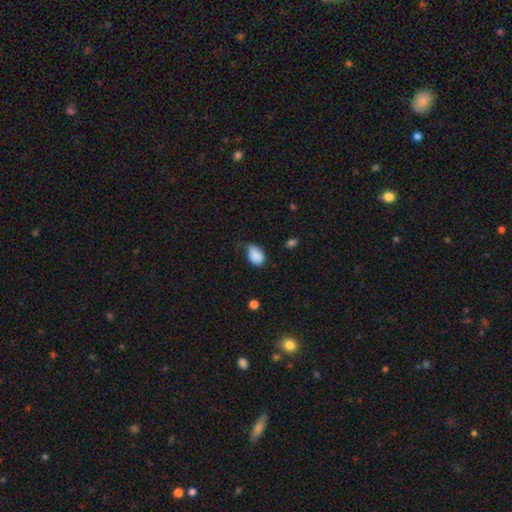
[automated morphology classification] Smooth or featured? Predicted: smooth (p=0.86). How rounded? Predicted: in between (p=0.84). Merging? Predicted: minor disturbance (p=0.43).